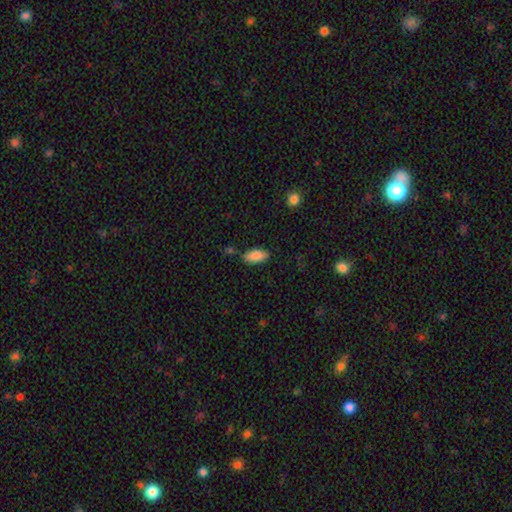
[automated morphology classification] The model was most divided on "merging": none: 78%, minor disturbance: 13%, merger: 5%, major disturbance: 3%. More confident: how rounded — in between (92%); smooth or featured — smooth (87%).